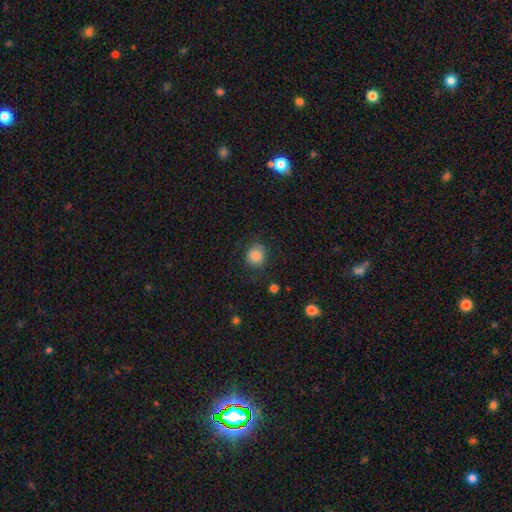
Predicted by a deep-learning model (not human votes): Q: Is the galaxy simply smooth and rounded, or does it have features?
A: smooth — 85%.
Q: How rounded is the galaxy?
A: round — 81%.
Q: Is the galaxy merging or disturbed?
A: none — 78%.